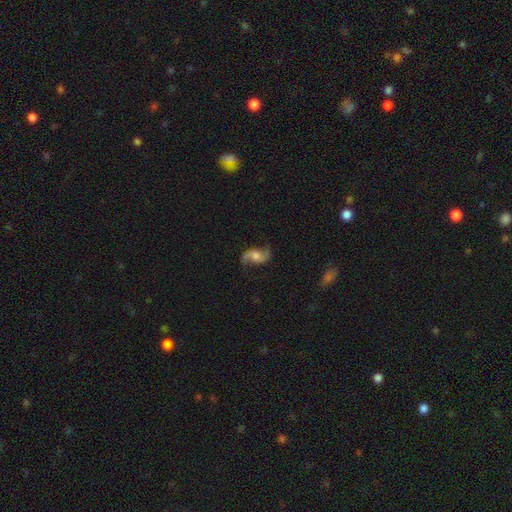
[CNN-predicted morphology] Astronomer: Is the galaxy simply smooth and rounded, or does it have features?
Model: featured or disk — 85%.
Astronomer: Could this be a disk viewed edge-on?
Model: no — 97%.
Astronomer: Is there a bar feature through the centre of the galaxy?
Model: no — 60%.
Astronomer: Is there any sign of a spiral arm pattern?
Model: yes — 96%.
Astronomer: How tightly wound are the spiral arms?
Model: loose — 73%.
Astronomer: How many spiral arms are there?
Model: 2 — 94%.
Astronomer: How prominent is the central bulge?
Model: moderate — 52%.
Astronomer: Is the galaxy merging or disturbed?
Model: none — 79%.